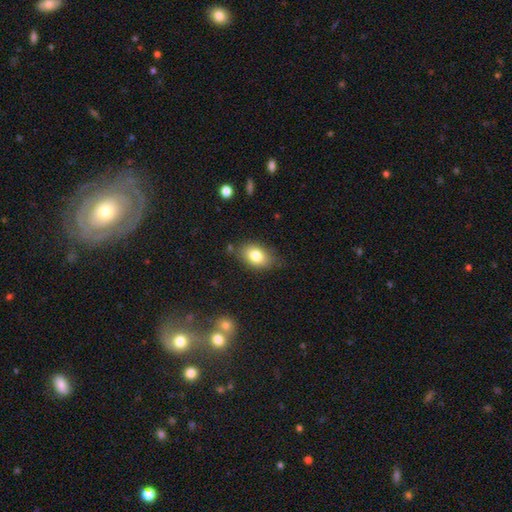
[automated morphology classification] smooth 80%, featured or disk 11%, star or artifact 9%. Down the decision tree: how rounded — in between (83%); merging — none (76%).